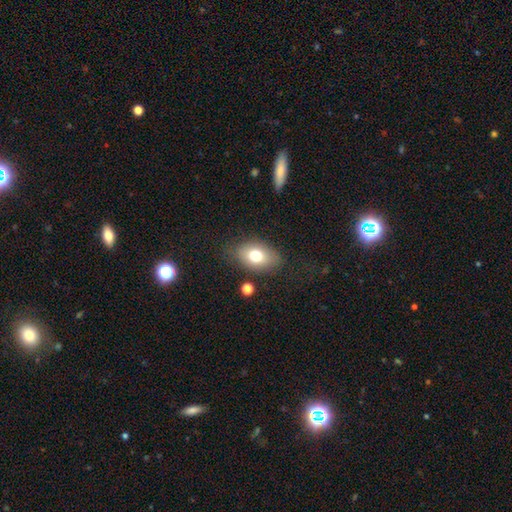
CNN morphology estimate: type=smooth (73%); roundness=in between (84%); merging=none (78%).